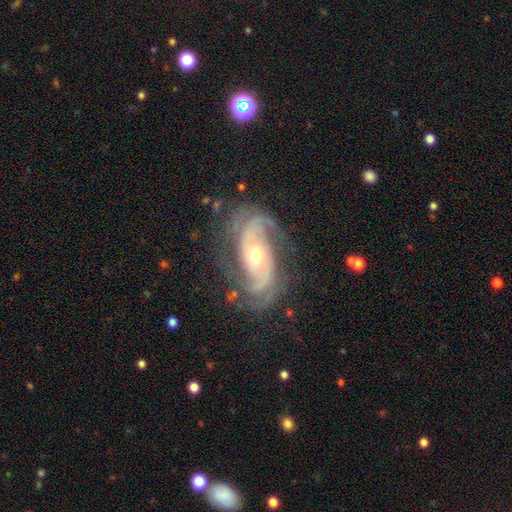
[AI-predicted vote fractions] A featured or disk galaxy (90%) with no bar (57%), 2 (65%) tight (46%) spiral arms (97%) and a moderate central bulge (58%).

Vote fractions:
- Smooth or featured? featured or disk: 90% / star or artifact: 5% / smooth: 5%
- Edge-on disk? no: 96% / yes: 4%
- Bar? no: 57% / weak: 29% / strong: 14%
- Spiral arms? yes: 97% / no: 3%
- Spiral winding? tight: 46% / medium: 42% / loose: 12%
- Spiral arm count? 2: 65% / 3: 13% / can't tell: 11% / 4: 4% / 1: 3% / more than 4: 3%
- Bulge size? moderate: 58% / small: 36% / large: 4% / none: 1% / dominant: 1%
- Merging? none: 74% / minor disturbance: 16% / major disturbance: 8% / merger: 2%